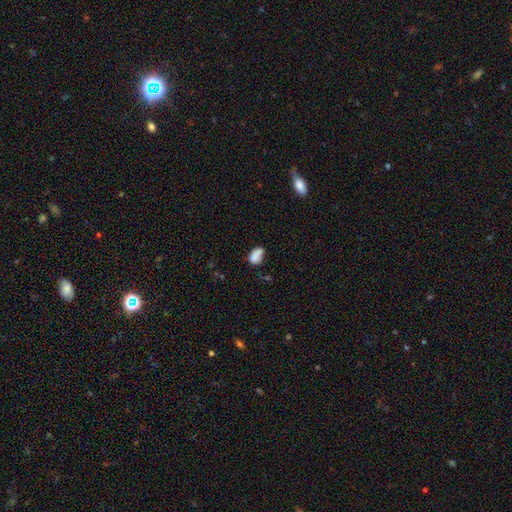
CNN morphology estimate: smooth-or-featured: smooth: 78% | featured or disk: 13% | star or artifact: 10%
  how-rounded: in between: 82% | round: 16% | cigar-shaped: 2%
  merging: none: 40% | minor disturbance: 28% | merger: 20% | major disturbance: 12%